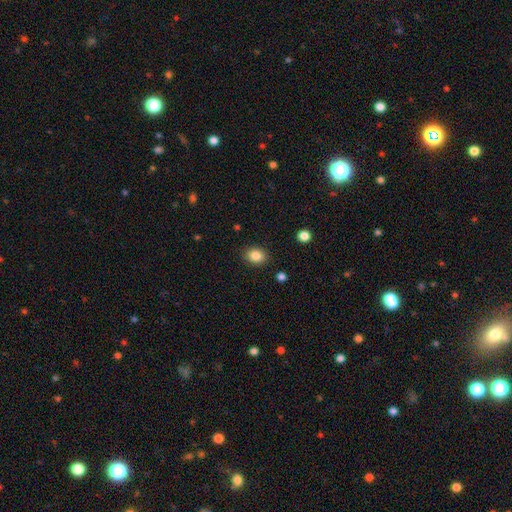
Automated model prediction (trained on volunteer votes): Smooth or featured: smooth — 85% (star or artifact — 9%)
How rounded: in between — 57% (round — 43%)
Merging: none — 88% (minor disturbance — 8%)